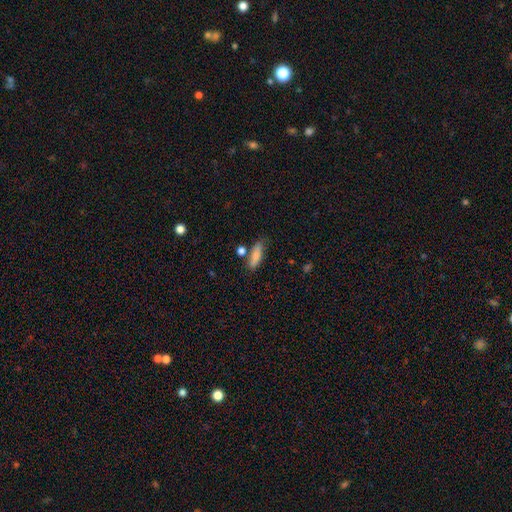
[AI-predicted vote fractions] This appears to be a smooth galaxy with no disk features (83%) that is in between round and cigar-shaped (49%). Merging: none (69%).